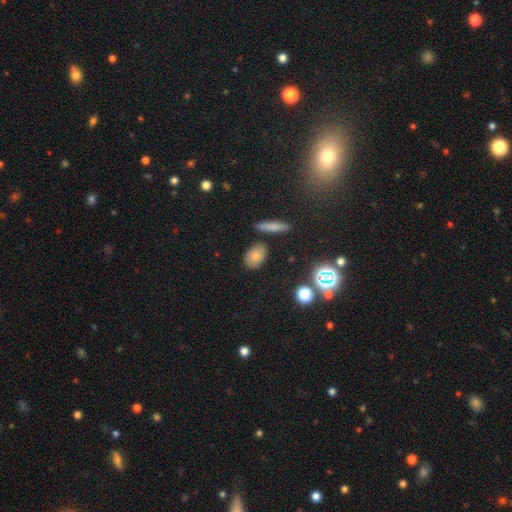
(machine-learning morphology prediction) smooth_or_featured: smooth (p=0.75) [alt: star or artifact p=0.13]
how_rounded: in between (p=0.80) [alt: round p=0.18]
merging: none (p=0.81) [alt: minor disturbance p=0.11]